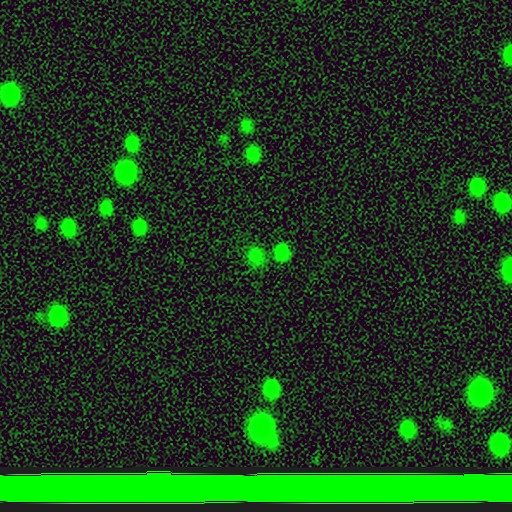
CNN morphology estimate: Overall: smooth (56%; star or artifact 38%). How rounded: round (71%). Merging: none (69%).